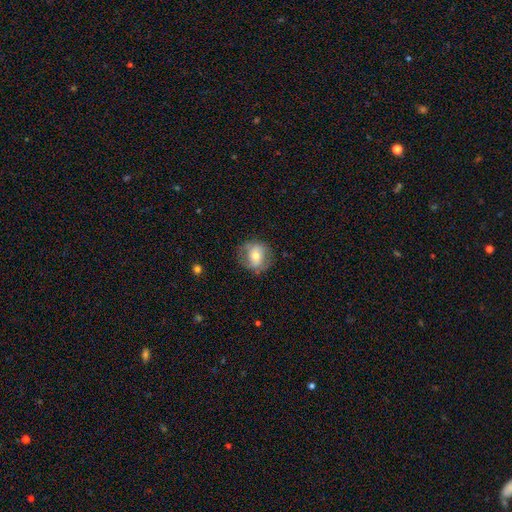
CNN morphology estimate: Smooth or featured: smooth — 55% (featured or disk — 37%)
How rounded: round — 74% (in between — 25%)
Merging: none — 73% (minor disturbance — 18%)